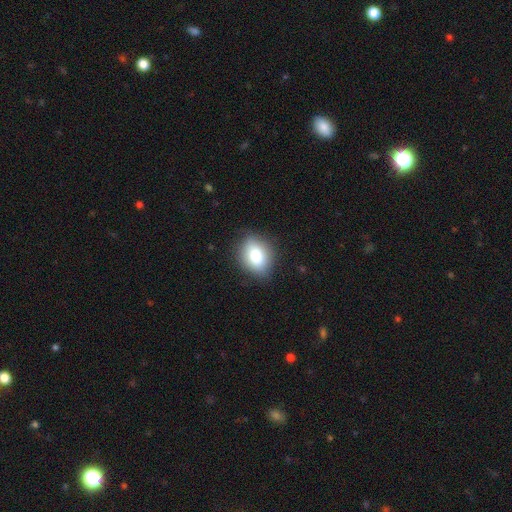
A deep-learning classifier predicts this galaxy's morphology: Q: Smooth or featured?
A: smooth (82%); runner-up: featured or disk (10%)
Q: How rounded?
A: in between (62%); runner-up: round (37%)
Q: Merging?
A: none (81%); runner-up: minor disturbance (15%)